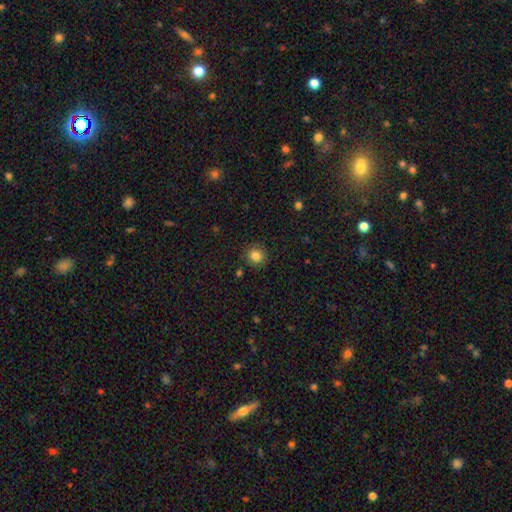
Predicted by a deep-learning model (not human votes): Smooth or featured? Predicted: smooth (p=0.85). How rounded? Predicted: round (p=0.91). Merging? Predicted: none (p=0.89).